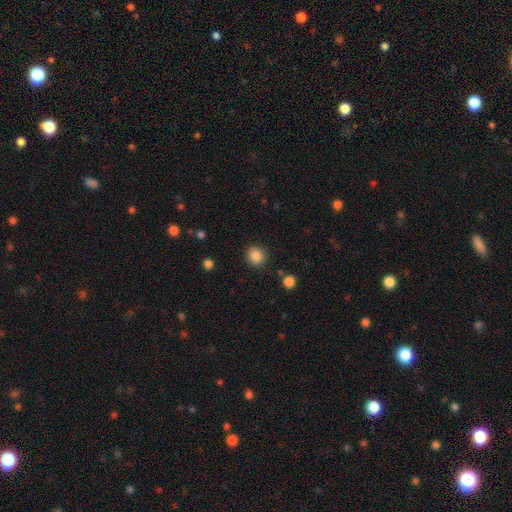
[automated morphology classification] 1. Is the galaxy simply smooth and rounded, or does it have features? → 87% smooth, 10% star or artifact, 4% featured or disk.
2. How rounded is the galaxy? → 83% round, 16% in between, 1% cigar-shaped.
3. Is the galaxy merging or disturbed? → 87% none, 8% minor disturbance, 3% major disturbance, 2% merger.